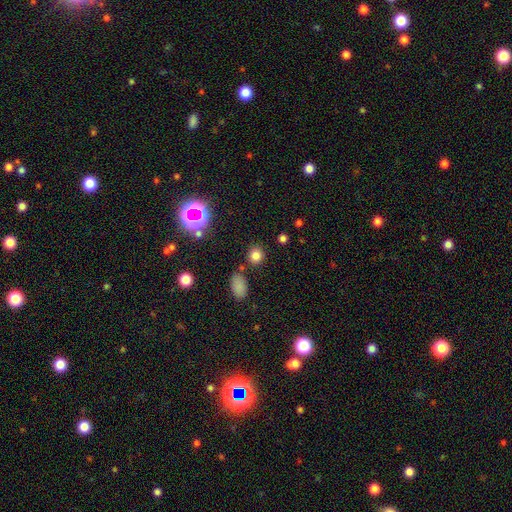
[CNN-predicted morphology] Overall: smooth (77%). How rounded: round (79%). Merging: none (81%).